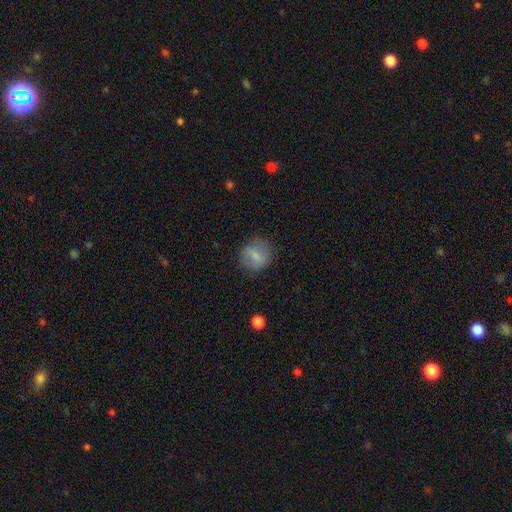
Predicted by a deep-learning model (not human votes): This appears to be a smooth galaxy with no disk features (73%) that is round (71%). Merging: none (72%).